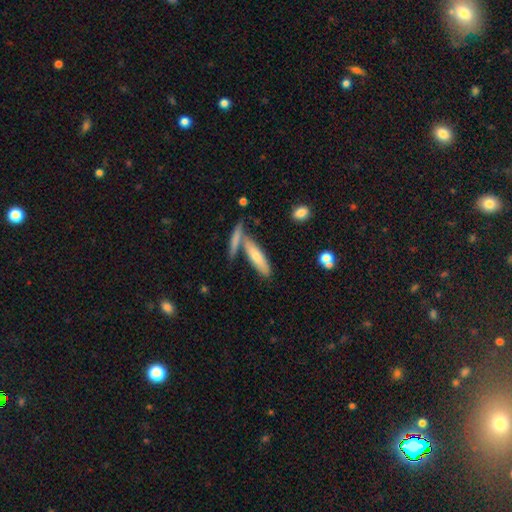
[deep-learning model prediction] Smooth or featured?
  - smooth: 58% *
  - featured or disk: 34%
  - star or artifact: 8%
How rounded?
  - cigar-shaped: 70% *
  - in between: 28%
  - round: 2%
Merging?
  - none: 57% *
  - merger: 25%
  - minor disturbance: 13%
  - major disturbance: 4%